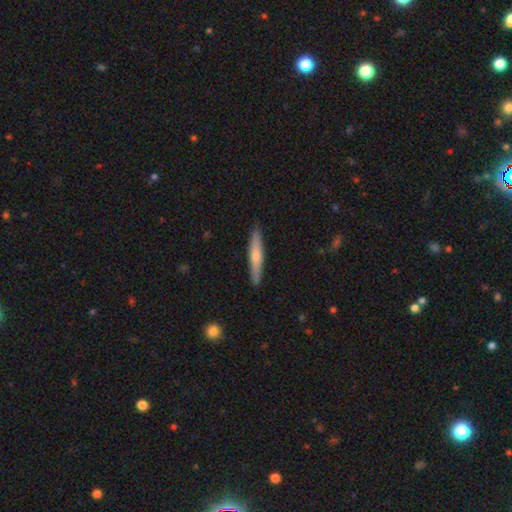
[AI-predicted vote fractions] Smooth or featured?
  - smooth: 54% *
  - featured or disk: 41%
  - star or artifact: 6%
How rounded?
  - cigar-shaped: 92% *
  - in between: 6%
  - round: 1%
Merging?
  - none: 90% *
  - minor disturbance: 8%
  - major disturbance: 1%
  - merger: 1%